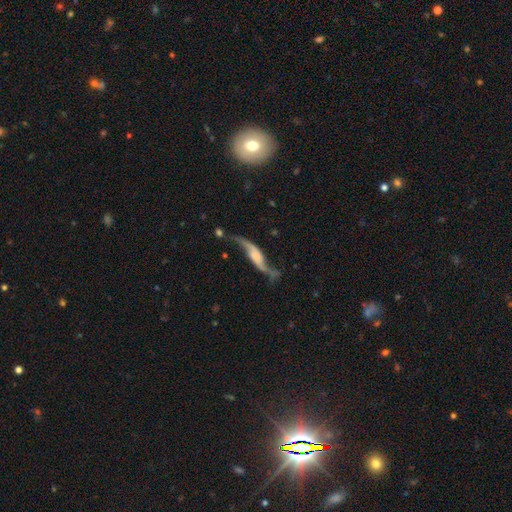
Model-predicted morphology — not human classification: Overall: featured or disk (84%). Edge-on disk: no (80%). Bar: no (50%; weak 32%). Spiral arms: yes (94%). Spiral arm count: 2 (93%). Spiral winding: loose (93%). Bulge size: none (46%; small 20%). Merging: none (60%).